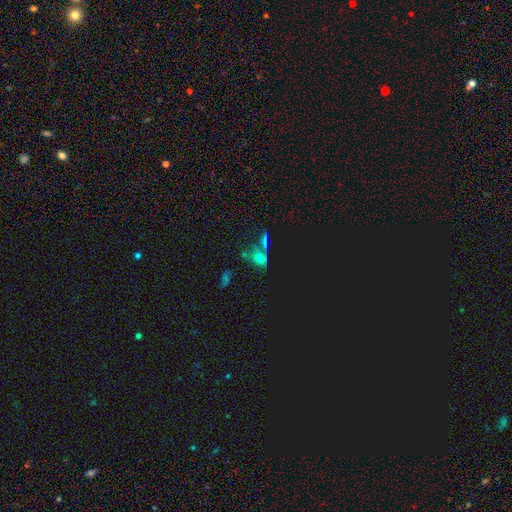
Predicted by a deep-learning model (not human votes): This is possibly a smooth galaxy (49%). Merging: marginally none (43%).